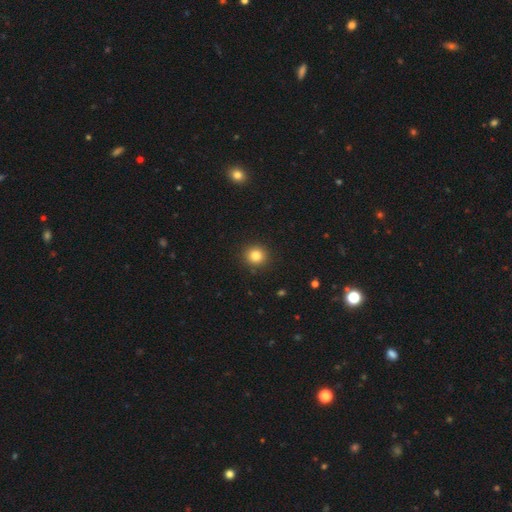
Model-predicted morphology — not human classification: This appears to be a smooth galaxy with no disk features (82%) that is round (92%). Merging: none (91%).